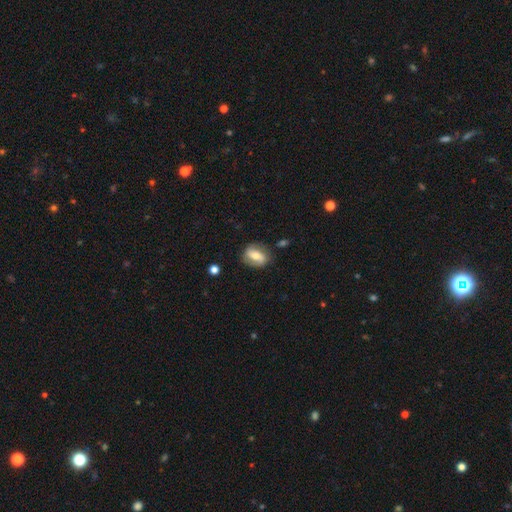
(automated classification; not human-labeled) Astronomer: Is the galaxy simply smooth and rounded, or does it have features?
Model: featured or disk — 51% (runner-up: smooth, 42%).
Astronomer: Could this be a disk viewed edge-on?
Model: no — 93%.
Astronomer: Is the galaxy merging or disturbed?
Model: none — 76%.